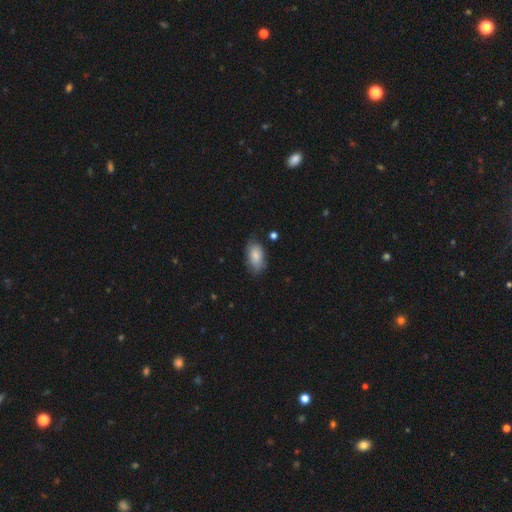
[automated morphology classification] smooth-or-featured: smooth: 82% | featured or disk: 12% | star or artifact: 7%
  how-rounded: in between: 93% | round: 5% | cigar-shaped: 3%
  merging: none: 71% | minor disturbance: 22% | major disturbance: 5% | merger: 2%